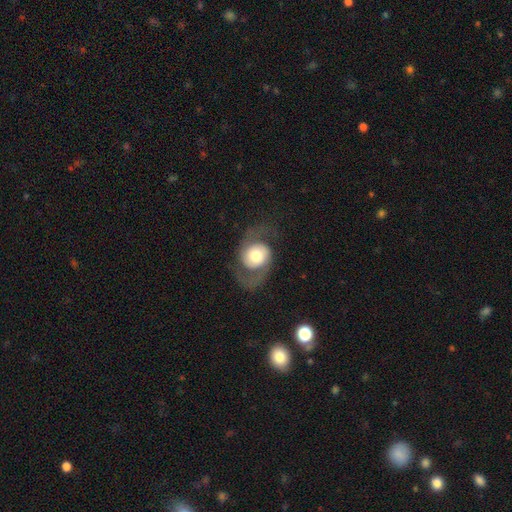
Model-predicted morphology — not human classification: This is likely a featured or disk galaxy (74%). It is clearly not viewed edge-on (97%). Bar: likely no (73%). Spiral arm pattern: clearly yes (89%). Spiral arm count: clearly 2 (92%). Spiral winding: possibly medium (46%). Central bulge: marginally moderate (44%). Merging: likely none (68%).